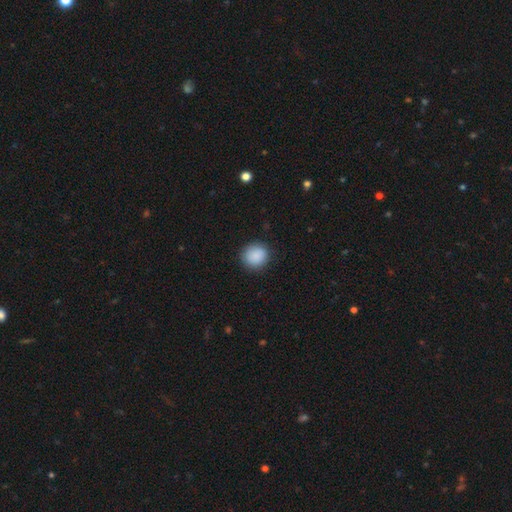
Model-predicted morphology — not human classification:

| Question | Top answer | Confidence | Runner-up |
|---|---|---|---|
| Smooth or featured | smooth | 89% | star or artifact (8%) |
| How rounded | round | 89% | in between (10%) |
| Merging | none | 89% | minor disturbance (8%) |